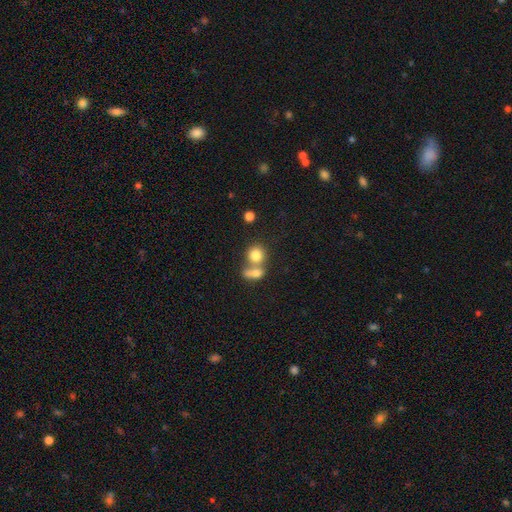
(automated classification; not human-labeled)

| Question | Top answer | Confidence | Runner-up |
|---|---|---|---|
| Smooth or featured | smooth | 79% | featured or disk (11%) |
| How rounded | round | 78% | in between (20%) |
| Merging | merger | 53% | none (36%) |